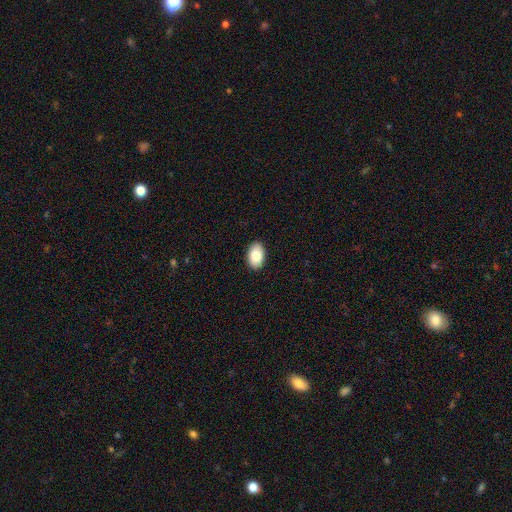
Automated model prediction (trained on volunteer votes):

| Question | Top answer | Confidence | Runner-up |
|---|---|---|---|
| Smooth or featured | smooth | 83% | featured or disk (10%) |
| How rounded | in between | 91% | round (7%) |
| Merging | none | 91% | minor disturbance (7%) |